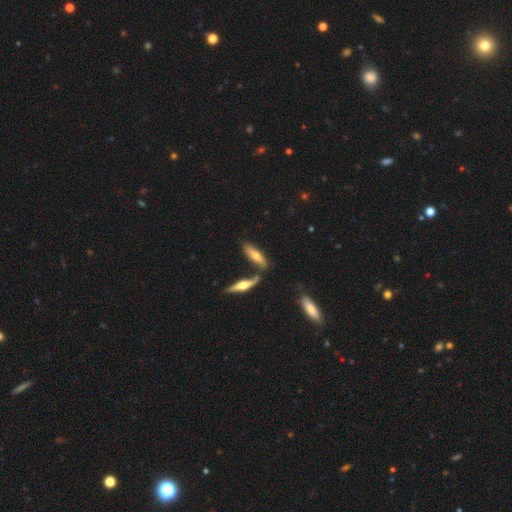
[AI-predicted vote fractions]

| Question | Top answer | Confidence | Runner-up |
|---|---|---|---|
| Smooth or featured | smooth | 53% | featured or disk (40%) |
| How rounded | cigar-shaped | 60% | in between (38%) |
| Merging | none | 58% | merger (24%) |